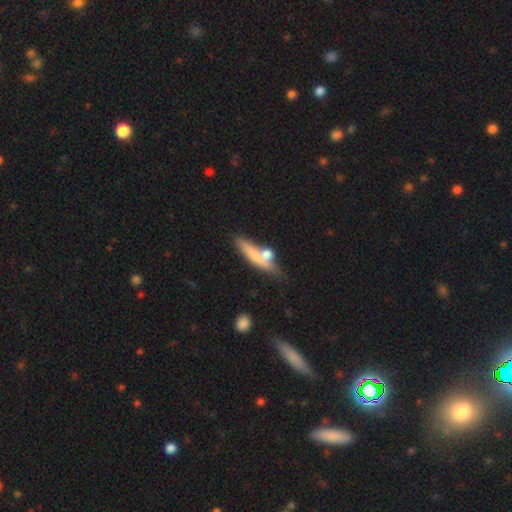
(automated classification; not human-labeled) smooth 62%, featured or disk 30%, star or artifact 7%. Down the decision tree: how rounded — cigar-shaped (77%); merging — none (52%).